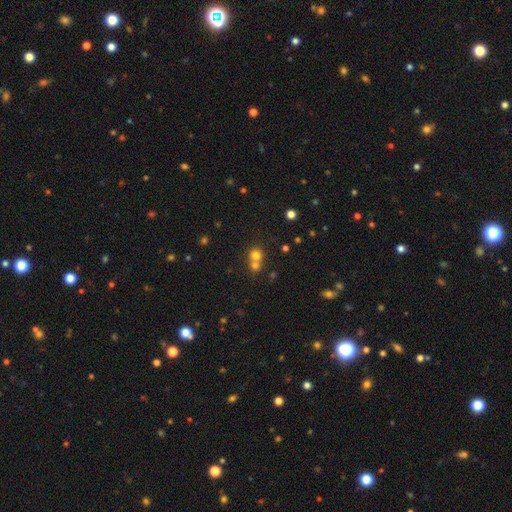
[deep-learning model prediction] smooth_or_featured: smooth (p=0.72) [alt: star or artifact p=0.16]
how_rounded: round (p=0.86) [alt: in between p=0.13]
merging: merger (p=0.51) [alt: none p=0.42]